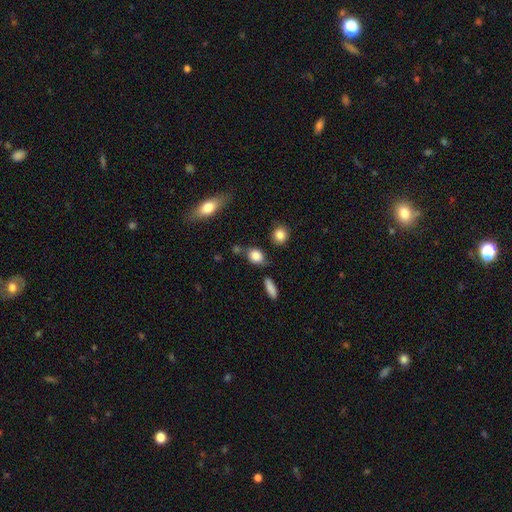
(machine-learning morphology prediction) Q: Smooth or featured?
A: smooth (84%); runner-up: star or artifact (9%)
Q: How rounded?
A: in between (56%); runner-up: round (41%)
Q: Merging?
A: none (69%); runner-up: minor disturbance (17%)